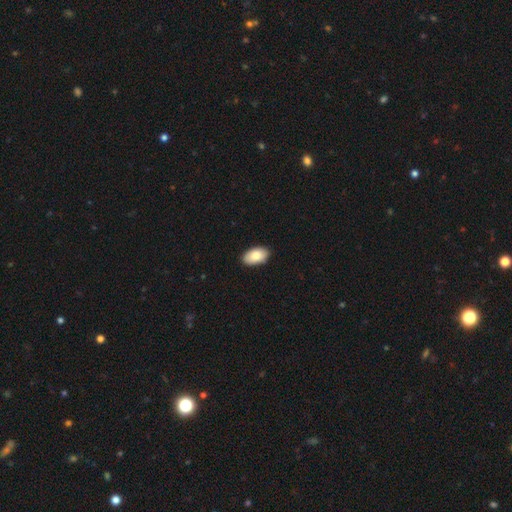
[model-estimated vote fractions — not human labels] A smooth galaxy with no disk features (87%) that is in between round and cigar-shaped (95%). Merging: none (89%).